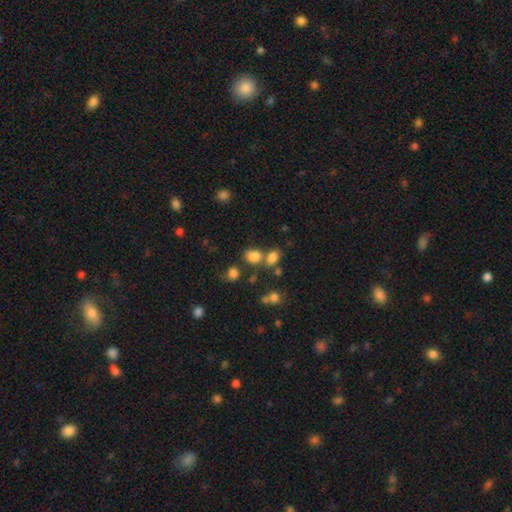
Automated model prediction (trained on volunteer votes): smooth_or_featured: smooth (p=0.78) [alt: star or artifact p=0.15]
how_rounded: in between (p=0.64) [alt: round p=0.35]
merging: none (p=0.48) [alt: merger p=0.35]